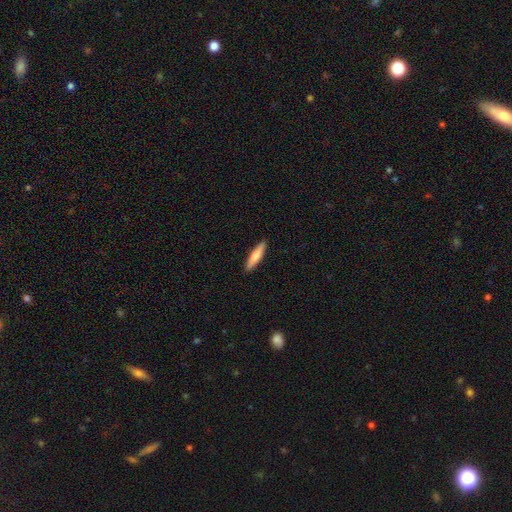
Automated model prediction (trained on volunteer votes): smooth-or-featured: smooth: 70% | featured or disk: 25% | star or artifact: 5%
  how-rounded: cigar-shaped: 83% | in between: 15% | round: 1%
  merging: none: 91% | minor disturbance: 7% | major disturbance: 1% | merger: 1%